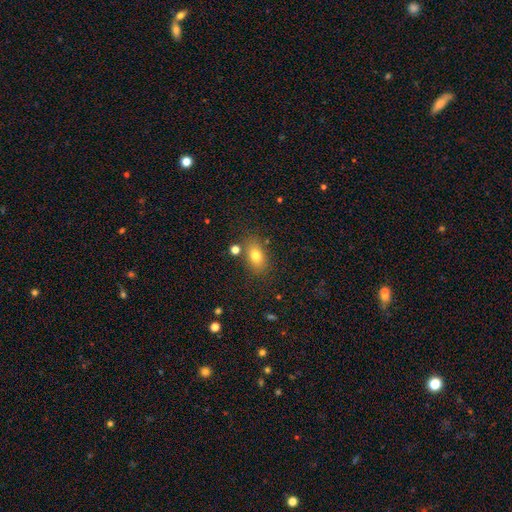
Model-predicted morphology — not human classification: smooth 77%, featured or disk 13%, star or artifact 11%. Down the decision tree: how rounded — in between (82%); merging — none (76%).